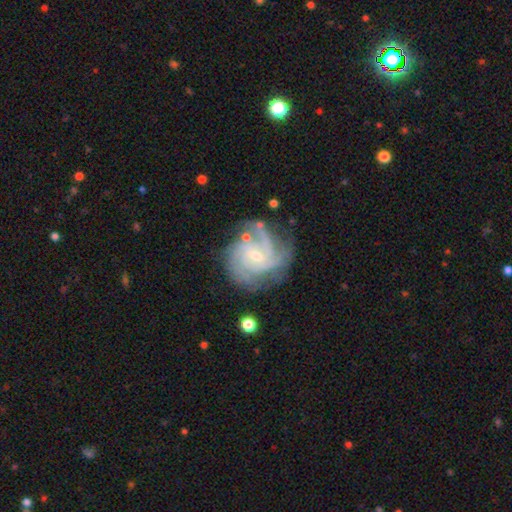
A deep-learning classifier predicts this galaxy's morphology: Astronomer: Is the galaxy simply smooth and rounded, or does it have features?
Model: featured or disk — 87%.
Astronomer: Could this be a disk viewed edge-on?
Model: no — 98%.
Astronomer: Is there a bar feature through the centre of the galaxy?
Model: no — 48% (runner-up: weak, 44%).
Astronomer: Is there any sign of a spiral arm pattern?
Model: yes — 96%.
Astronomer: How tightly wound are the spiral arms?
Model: tight — 54% (runner-up: medium, 37%).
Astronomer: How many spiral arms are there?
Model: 3 — 28% (runner-up: 4, 24%).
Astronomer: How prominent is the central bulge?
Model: small — 64%.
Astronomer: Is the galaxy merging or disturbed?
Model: none — 65%.